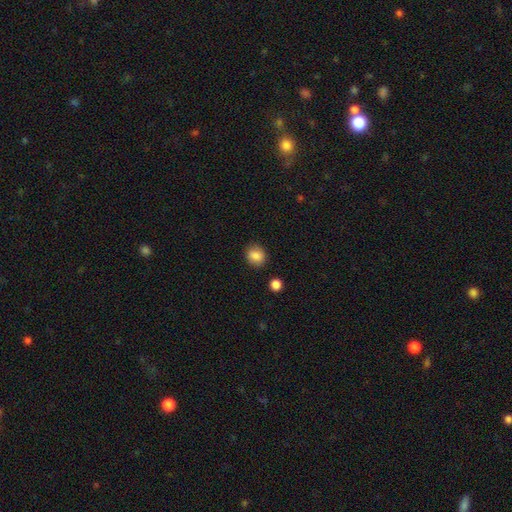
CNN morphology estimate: Q: Smooth or featured?
A: smooth (86%); runner-up: star or artifact (9%)
Q: How rounded?
A: round (77%); runner-up: in between (22%)
Q: Merging?
A: none (87%); runner-up: minor disturbance (9%)